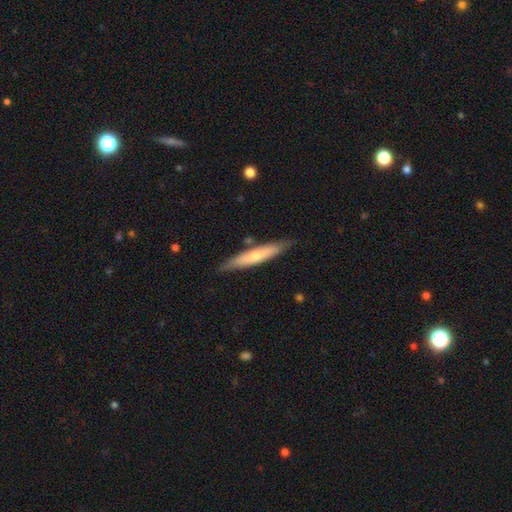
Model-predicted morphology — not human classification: This is possibly a smooth galaxy (54%). How rounded: clearly cigar-shaped (89%). Merging: clearly none (81%).